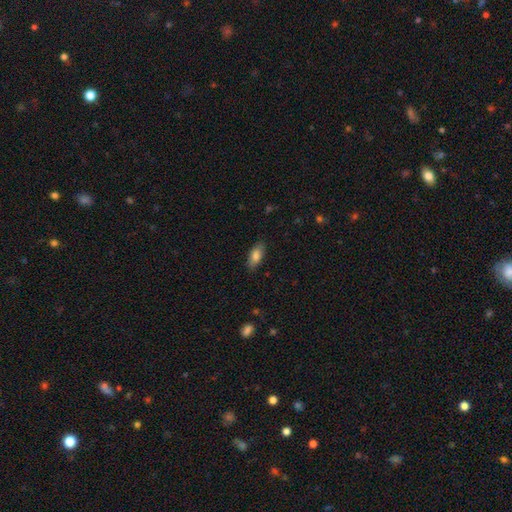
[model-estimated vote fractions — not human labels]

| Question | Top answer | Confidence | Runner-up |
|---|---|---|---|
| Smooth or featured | smooth | 83% | featured or disk (10%) |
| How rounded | in between | 84% | cigar-shaped (14%) |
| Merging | none | 85% | minor disturbance (12%) |